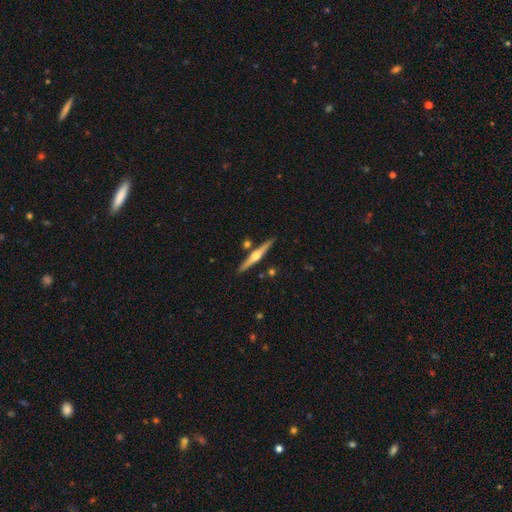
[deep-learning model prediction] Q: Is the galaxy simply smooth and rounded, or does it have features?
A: featured or disk — 72%.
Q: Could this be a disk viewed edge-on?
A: yes — 98%.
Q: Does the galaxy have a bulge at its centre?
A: rounded — 92%.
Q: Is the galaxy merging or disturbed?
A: none — 86%.